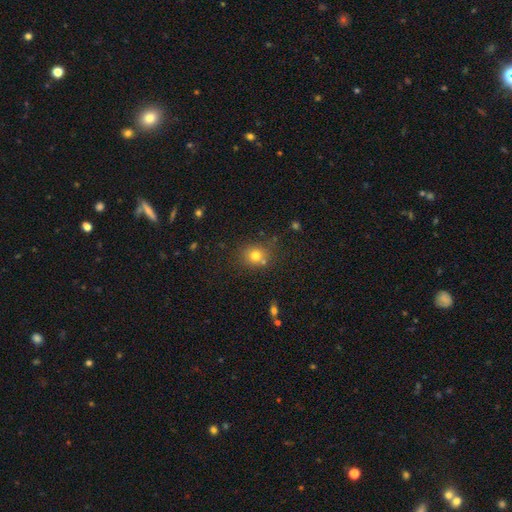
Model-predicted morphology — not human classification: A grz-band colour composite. It shows a smooth galaxy with no disk features (75%) that is round (78%). Merging: none (72%).